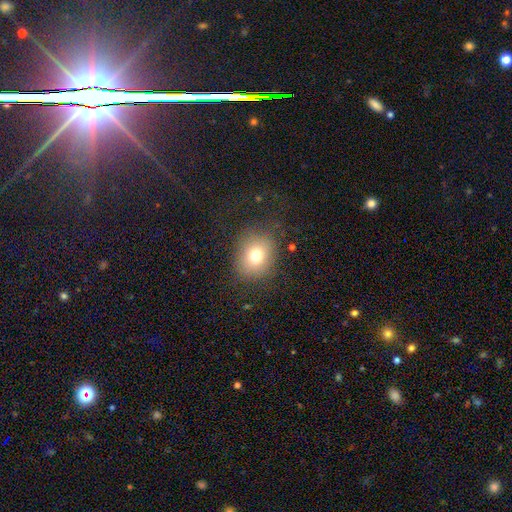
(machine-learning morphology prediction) Smooth or featured?
  - smooth: 73% *
  - star or artifact: 14%
  - featured or disk: 13%
How rounded?
  - round: 63% *
  - in between: 36%
  - cigar-shaped: 1%
Merging?
  - none: 80% *
  - minor disturbance: 12%
  - major disturbance: 7%
  - merger: 1%